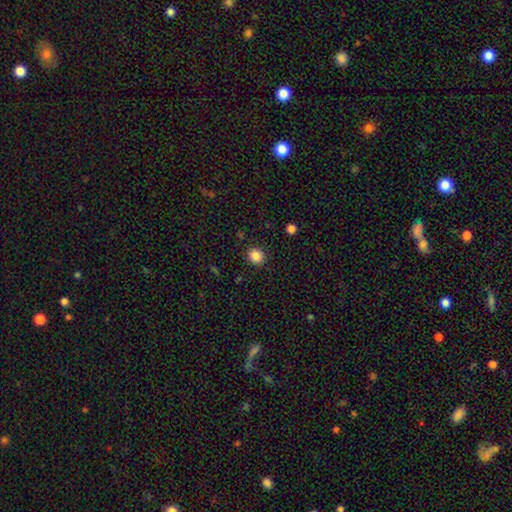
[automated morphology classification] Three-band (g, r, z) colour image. It shows a smooth galaxy with no disk features (86%) that is round (82%). Merging: none (90%).